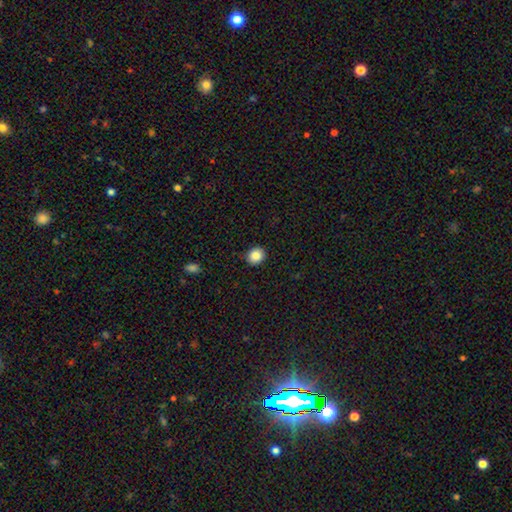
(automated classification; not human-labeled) A smooth galaxy with no disk features (86%) that is round (77%). Merging: none (91%).